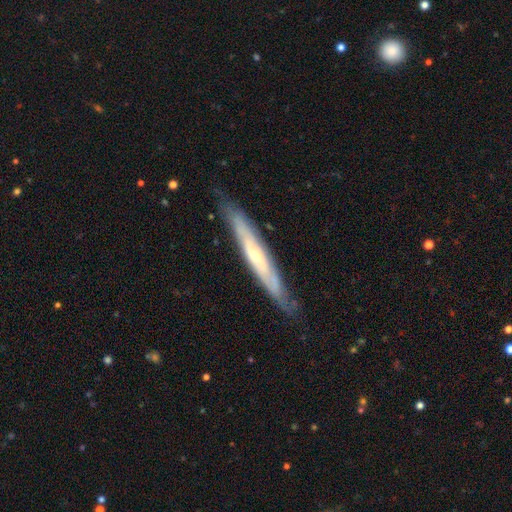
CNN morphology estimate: Smooth or featured? Predicted: featured or disk (p=0.68). Edge-on disk? Predicted: yes (p=0.73). Merging? Predicted: none (p=0.80).